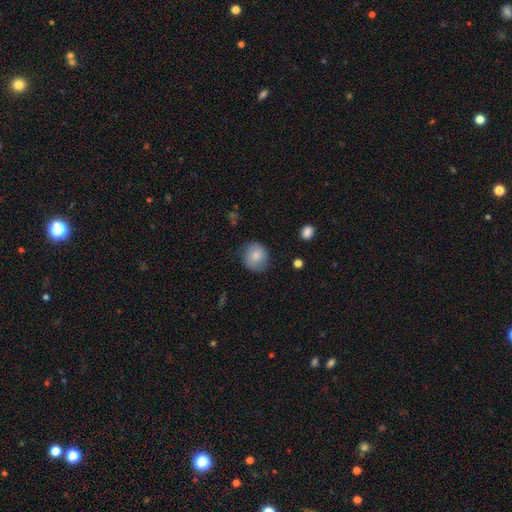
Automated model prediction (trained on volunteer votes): Smooth or featured?
  - smooth: 82% *
  - featured or disk: 11%
  - star or artifact: 8%
How rounded?
  - round: 83% *
  - in between: 16%
  - cigar-shaped: 1%
Merging?
  - none: 78% *
  - minor disturbance: 16%
  - major disturbance: 4%
  - merger: 1%